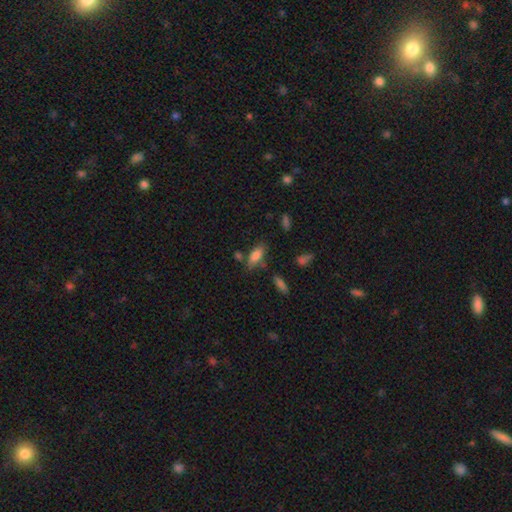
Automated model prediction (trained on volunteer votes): A smooth galaxy with no disk features (80%) that is in between round and cigar-shaped (79%). Merging: none (64%).